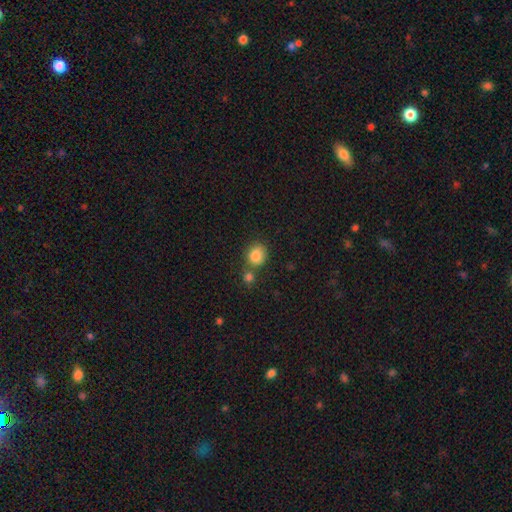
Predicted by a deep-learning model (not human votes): A smooth galaxy with no disk features (85%) that is round (77%).

Vote fractions:
- Smooth or featured? smooth: 85% / star or artifact: 10% / featured or disk: 6%
- How rounded? round: 77% / in between: 22% / cigar-shaped: 1%
- Merging? none: 61% / merger: 24% / minor disturbance: 11% / major disturbance: 4%